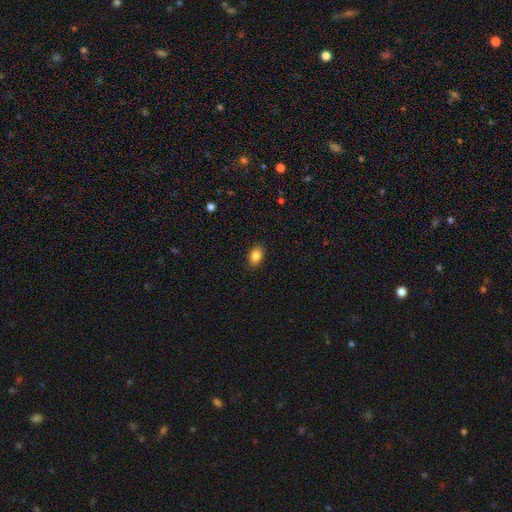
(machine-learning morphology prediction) A smooth galaxy with no disk features (86%) that is in between round and cigar-shaped (86%).

Vote fractions:
- Smooth or featured? smooth: 86% / star or artifact: 8% / featured or disk: 5%
- How rounded? in between: 86% / round: 12% / cigar-shaped: 2%
- Merging? none: 89% / minor disturbance: 8% / major disturbance: 2% / merger: 1%